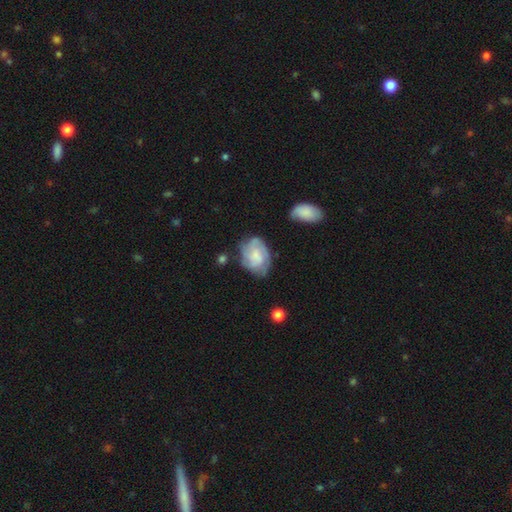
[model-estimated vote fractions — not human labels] This appears to be a featured or disk galaxy (60%) with no bar (64%), spiral arms (83%) and no central bulge (32%). Merging: none (60%).